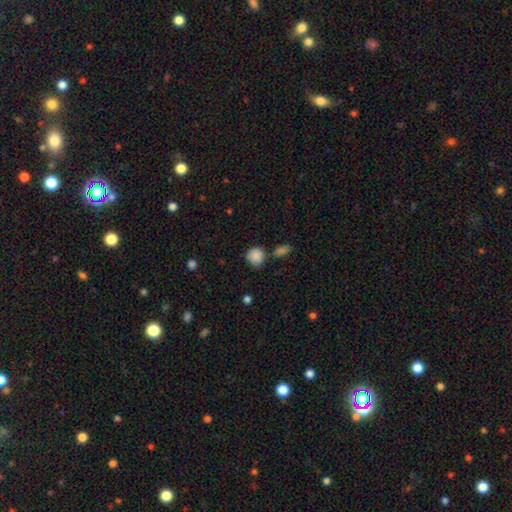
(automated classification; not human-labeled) smooth-or-featured: smooth: 87% | star or artifact: 8% | featured or disk: 4%
  how-rounded: round: 87% | in between: 12% | cigar-shaped: 1%
  merging: none: 68% | minor disturbance: 19% | merger: 9% | major disturbance: 4%